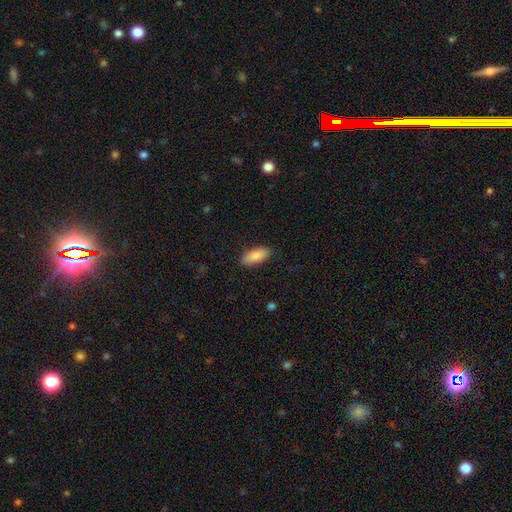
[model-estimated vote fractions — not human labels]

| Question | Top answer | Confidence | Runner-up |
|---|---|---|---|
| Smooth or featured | smooth | 88% | star or artifact (6%) |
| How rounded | in between | 81% | cigar-shaped (18%) |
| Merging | none | 87% | minor disturbance (9%) |